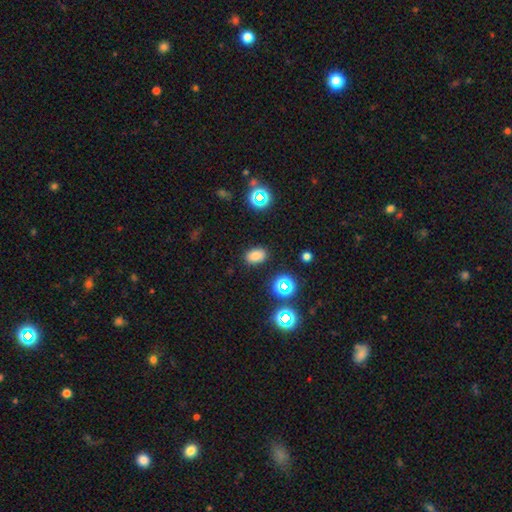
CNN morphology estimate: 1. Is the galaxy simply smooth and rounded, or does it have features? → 79% smooth, 16% star or artifact, 5% featured or disk.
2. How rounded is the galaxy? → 85% in between, 13% round, 1% cigar-shaped.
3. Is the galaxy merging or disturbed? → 87% none, 9% minor disturbance, 3% major disturbance, 2% merger.